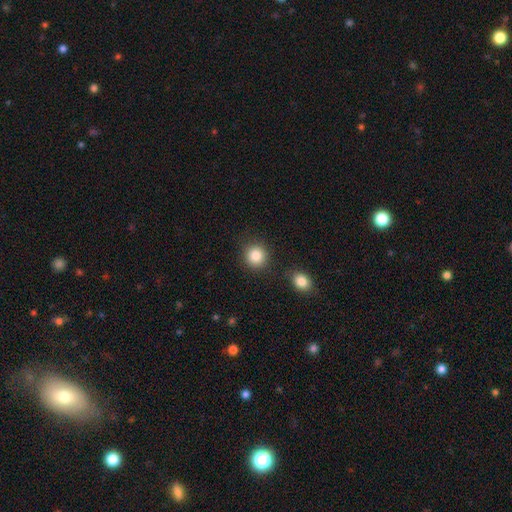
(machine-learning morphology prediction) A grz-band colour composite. It shows a smooth galaxy with no disk features (86%) that is round (89%). Merging: none (84%).